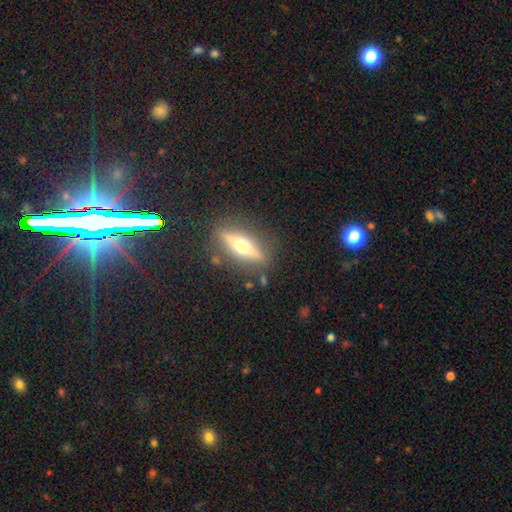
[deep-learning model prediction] Morphology: type=featured or disk (64%); edge-on=yes (91%); edge-on bulge=rounded (95%); merging=none (85%).